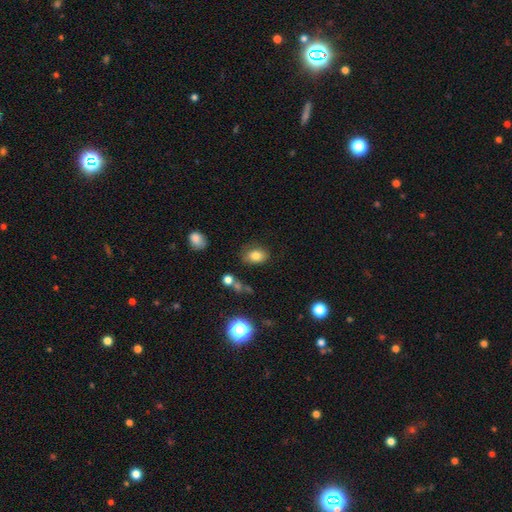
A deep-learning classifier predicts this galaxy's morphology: This appears to be a smooth galaxy with no disk features (80%) that is in between round and cigar-shaped (74%). Merging: none (74%).